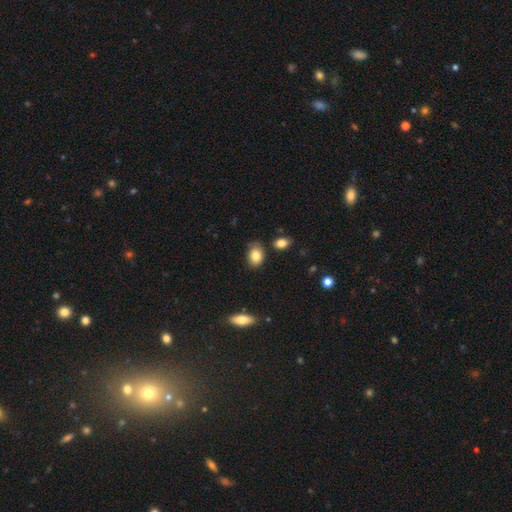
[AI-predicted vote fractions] A smooth galaxy with no disk features (83%) that is in between round and cigar-shaped (75%). Merging: none (67%).